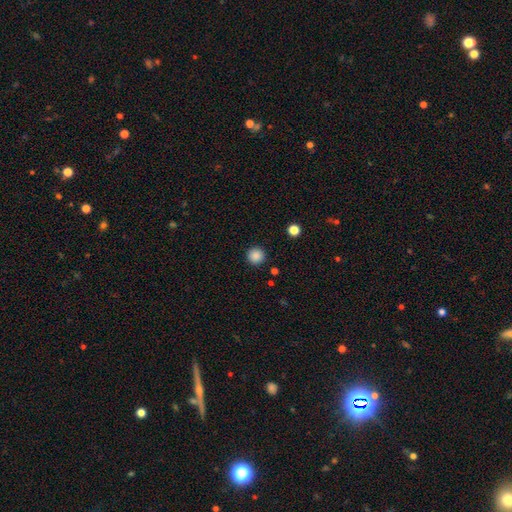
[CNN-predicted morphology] smooth-or-featured: smooth: 87% | star or artifact: 10% | featured or disk: 3%
  how-rounded: round: 95% | in between: 4% | cigar-shaped: 1%
  merging: none: 92% | minor disturbance: 5% | major disturbance: 2% | merger: 1%